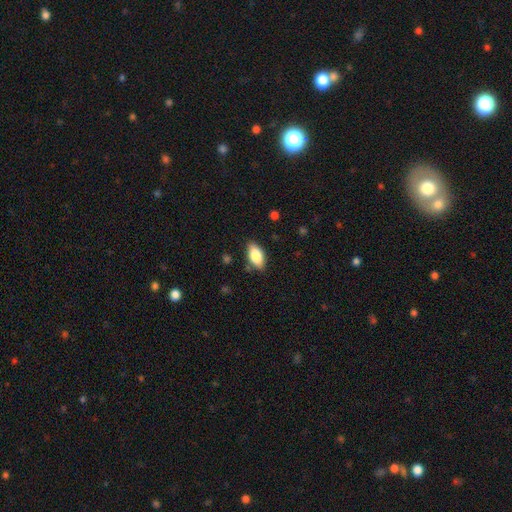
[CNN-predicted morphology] Smooth or featured? smooth (82%)
How rounded? in between (90%)
Merging? none (83%)